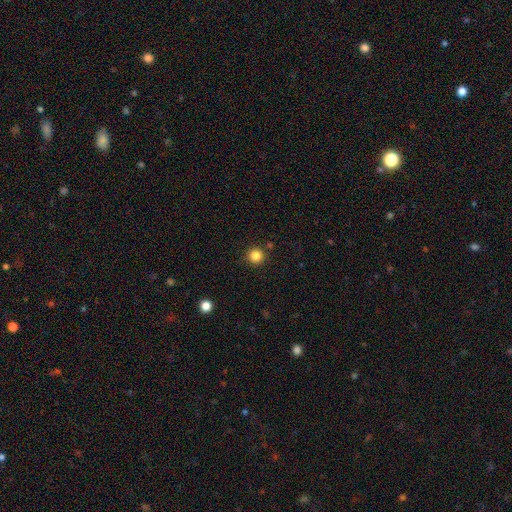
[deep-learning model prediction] Smooth or featured?
  - smooth: 84% *
  - star or artifact: 12%
  - featured or disk: 4%
How rounded?
  - round: 96% *
  - in between: 3%
  - cigar-shaped: 1%
Merging?
  - none: 89% *
  - minor disturbance: 6%
  - merger: 3%
  - major disturbance: 2%